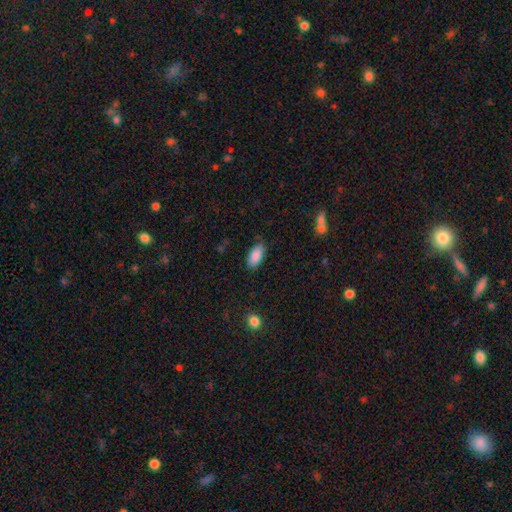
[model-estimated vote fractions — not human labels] Smooth or featured? Predicted: smooth (p=0.88). How rounded? Predicted: in between (p=0.89). Merging? Predicted: none (p=0.82).